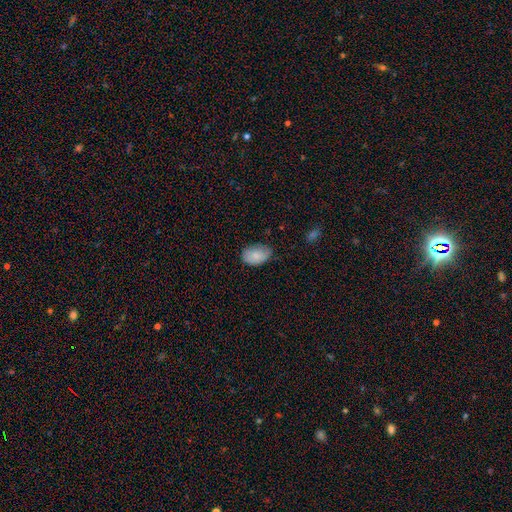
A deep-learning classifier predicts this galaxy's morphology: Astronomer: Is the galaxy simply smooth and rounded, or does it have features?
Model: smooth — 81%.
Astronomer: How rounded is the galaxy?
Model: in between — 88%.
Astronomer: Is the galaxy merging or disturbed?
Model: none — 62%.